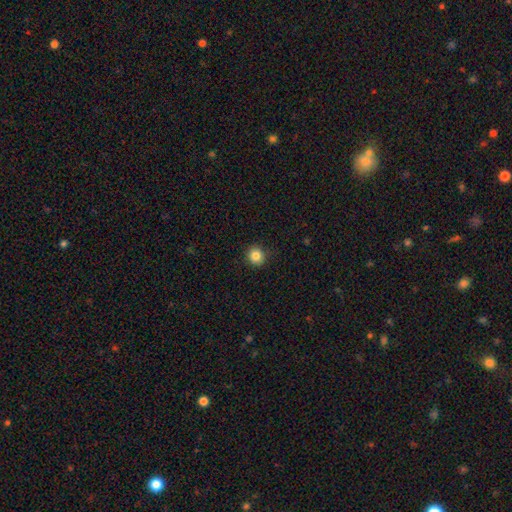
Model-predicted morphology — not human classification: Q: Smooth or featured?
A: smooth (84%); runner-up: star or artifact (10%)
Q: How rounded?
A: round (89%); runner-up: in between (10%)
Q: Merging?
A: none (90%); runner-up: minor disturbance (7%)